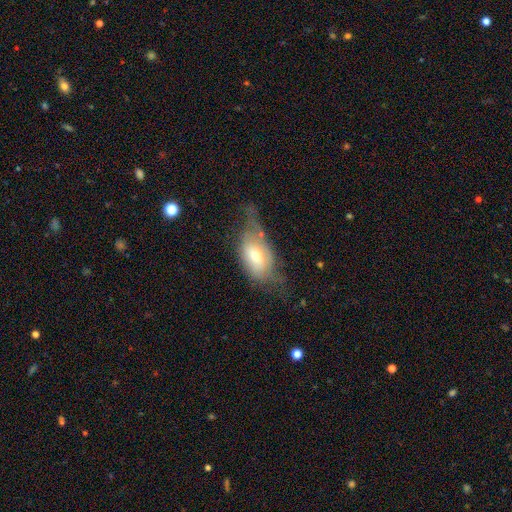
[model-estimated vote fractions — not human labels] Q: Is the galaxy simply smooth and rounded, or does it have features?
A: smooth — 51%.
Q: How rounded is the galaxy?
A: in between — 87%.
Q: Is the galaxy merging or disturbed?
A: major disturbance — 34%.